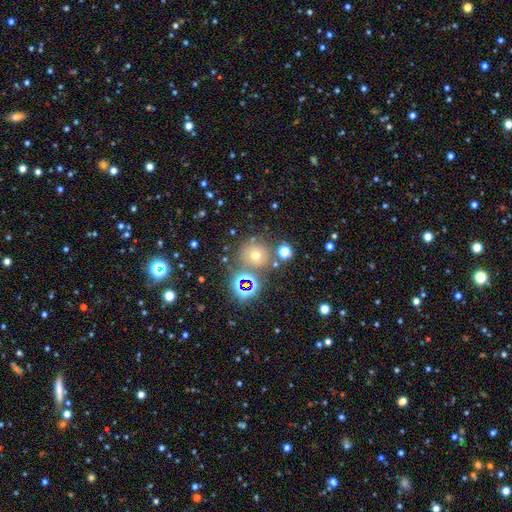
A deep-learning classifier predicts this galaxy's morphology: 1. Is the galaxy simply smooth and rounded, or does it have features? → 54% smooth, 32% star or artifact, 14% featured or disk.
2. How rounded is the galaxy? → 90% round, 9% in between, 1% cigar-shaped.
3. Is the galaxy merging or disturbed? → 72% none, 12% merger, 10% minor disturbance, 5% major disturbance.